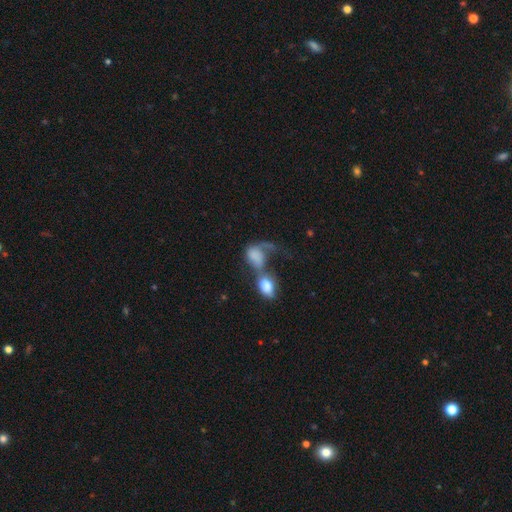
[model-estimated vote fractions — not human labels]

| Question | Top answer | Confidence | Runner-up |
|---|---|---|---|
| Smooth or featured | smooth | 65% | featured or disk (26%) |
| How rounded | in between | 80% | round (18%) |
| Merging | merger | 69% | major disturbance (17%) |